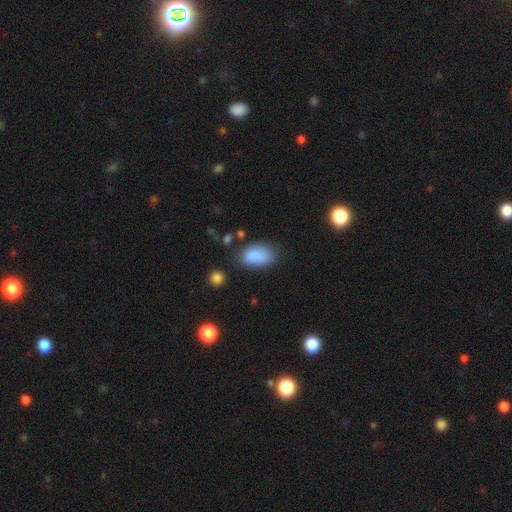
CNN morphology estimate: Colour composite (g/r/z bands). It shows a smooth galaxy with no disk features (86%) that is in between round and cigar-shaped (91%). Merging: none (66%).